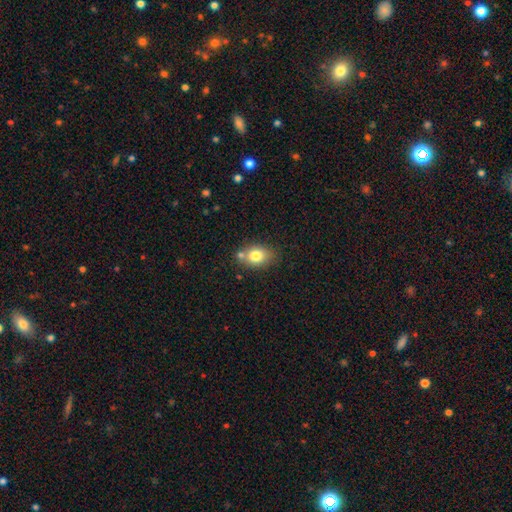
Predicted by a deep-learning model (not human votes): Smooth or featured?
  - smooth: 78% *
  - featured or disk: 13%
  - star or artifact: 9%
How rounded?
  - in between: 69% *
  - round: 30%
  - cigar-shaped: 1%
Merging?
  - none: 63% *
  - merger: 18%
  - minor disturbance: 15%
  - major disturbance: 4%